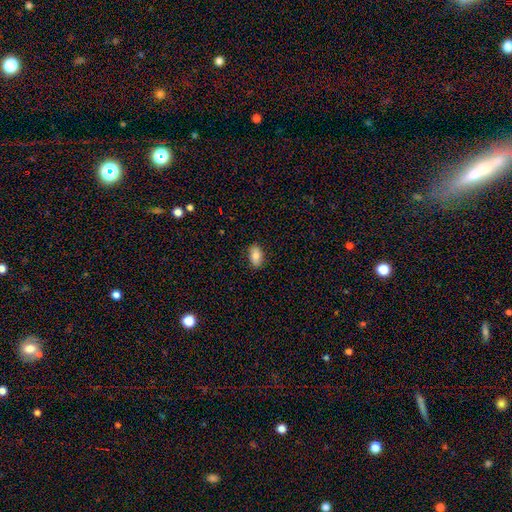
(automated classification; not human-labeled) Overall: smooth (81%). How rounded: in between (90%). Merging: none (88%).